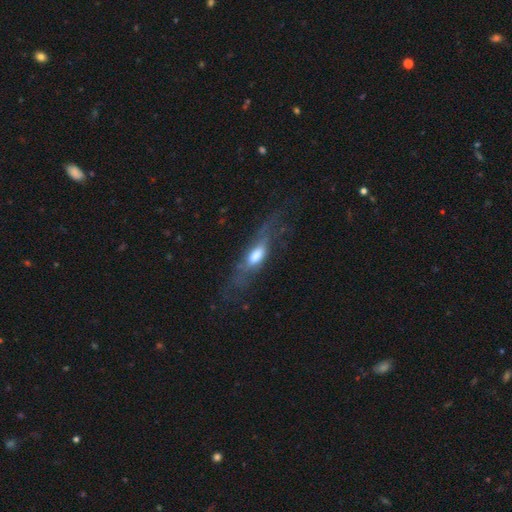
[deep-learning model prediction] Smooth or featured? featured or disk (52%)
Edge-on disk? yes (52%)
Merging? none (51%)